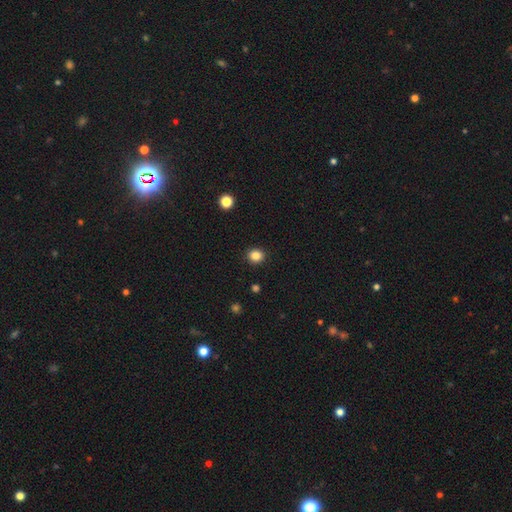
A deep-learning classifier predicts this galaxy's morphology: smooth-or-featured: smooth: 84% | star or artifact: 11% | featured or disk: 4%
  how-rounded: round: 79% | in between: 20% | cigar-shaped: 1%
  merging: none: 91% | minor disturbance: 6% | major disturbance: 2% | merger: 1%